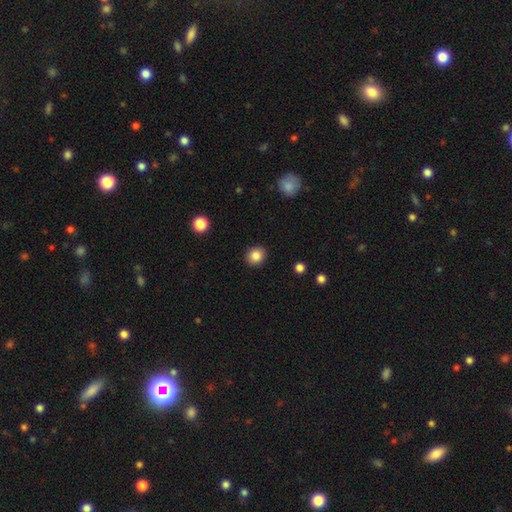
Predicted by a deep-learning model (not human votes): Smooth or featured? smooth (85%)
How rounded? round (77%)
Merging? none (91%)